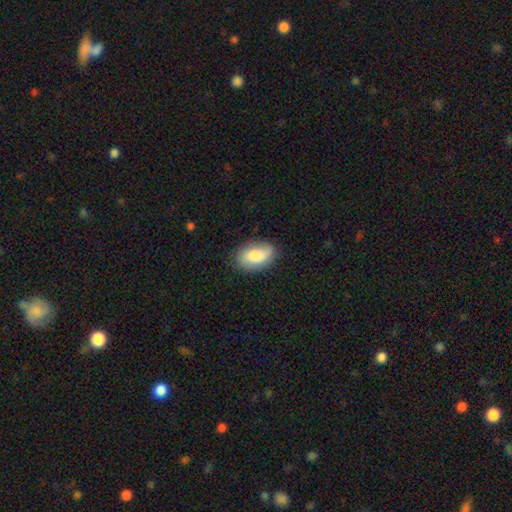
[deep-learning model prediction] The model was most divided on "smooth or featured": smooth: 72%, featured or disk: 21%, star or artifact: 7%. More confident: how rounded — in between (90%); merging — none (80%).